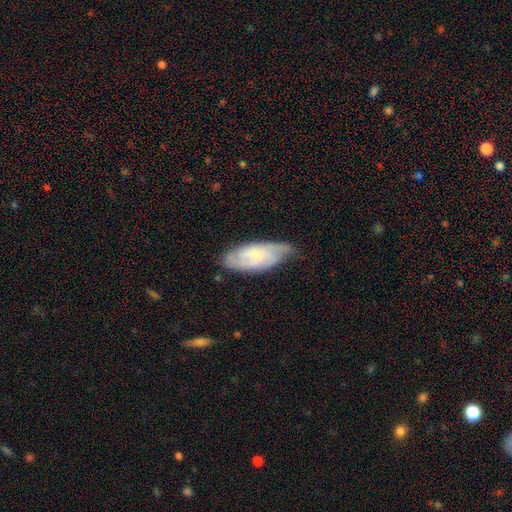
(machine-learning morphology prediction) Smooth or featured? Predicted: featured or disk (p=0.65). Edge-on disk? Predicted: no (p=0.91). Bar? Predicted: no (p=0.61). Spiral arms? Predicted: yes (p=0.90). Spiral winding? Predicted: tight (p=0.49). Spiral arm count? Predicted: 2 (p=0.47). Bulge size? Predicted: small (p=0.70). Merging? Predicted: none (p=0.65).